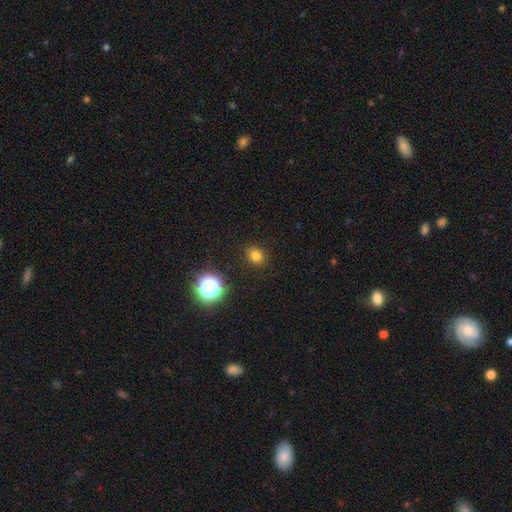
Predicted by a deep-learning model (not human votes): Smooth or featured? Predicted: smooth (p=0.78). How rounded? Predicted: round (p=0.69). Merging? Predicted: none (p=0.90).